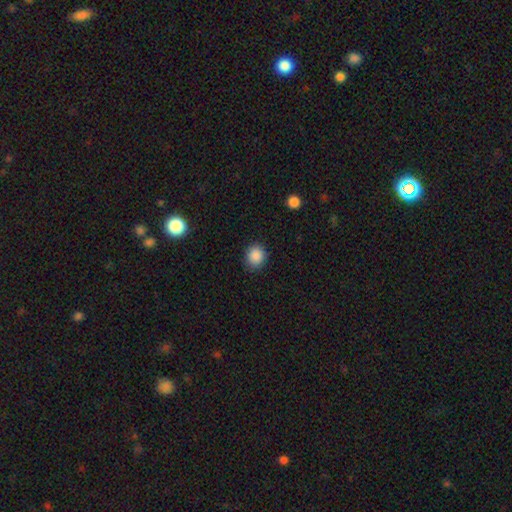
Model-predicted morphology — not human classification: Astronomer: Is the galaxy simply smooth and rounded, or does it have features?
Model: smooth — 88%.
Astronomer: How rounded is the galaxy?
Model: round — 77%.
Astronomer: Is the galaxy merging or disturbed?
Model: none — 87%.